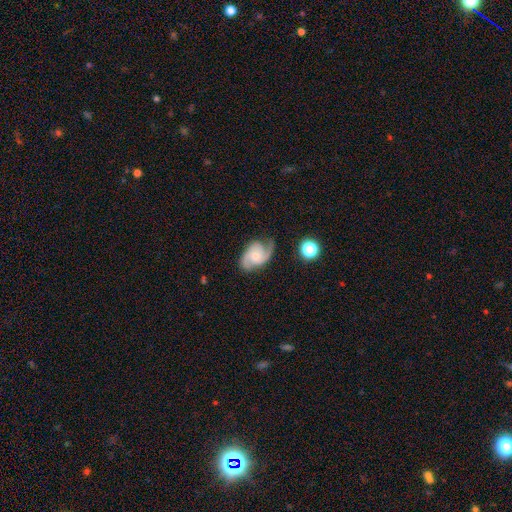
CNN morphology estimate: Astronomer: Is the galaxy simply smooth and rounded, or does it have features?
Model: featured or disk — 86%.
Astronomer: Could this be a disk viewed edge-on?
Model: no — 97%.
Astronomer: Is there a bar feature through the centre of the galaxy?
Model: no — 67%.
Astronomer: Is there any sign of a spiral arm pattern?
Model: yes — 97%.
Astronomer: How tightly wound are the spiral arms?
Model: medium — 53% (runner-up: tight, 28%).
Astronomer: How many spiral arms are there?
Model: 2 — 82%.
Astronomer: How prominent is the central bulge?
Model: small — 49% (runner-up: moderate, 43%).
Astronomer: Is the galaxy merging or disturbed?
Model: none — 72%.